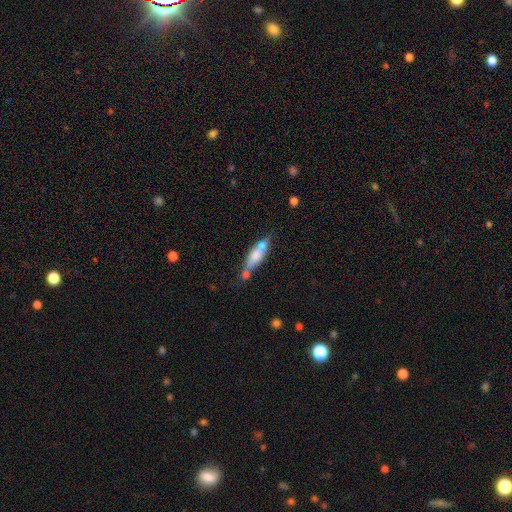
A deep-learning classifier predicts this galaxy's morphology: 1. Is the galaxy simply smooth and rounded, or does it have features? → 55% smooth, 37% featured or disk, 8% star or artifact.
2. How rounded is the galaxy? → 57% cigar-shaped, 39% in between, 3% round.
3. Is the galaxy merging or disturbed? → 43% none, 29% merger, 19% minor disturbance, 8% major disturbance.